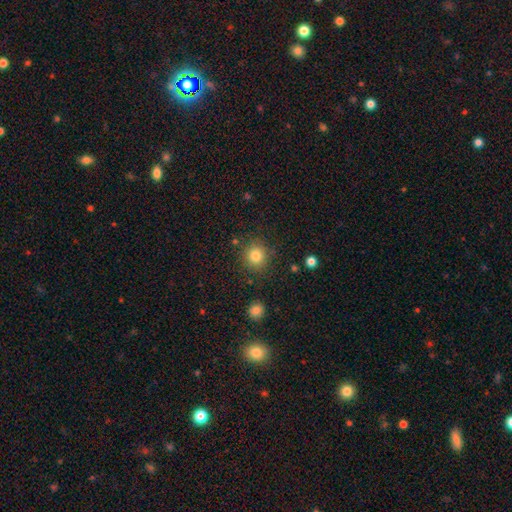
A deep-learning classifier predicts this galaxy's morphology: This is clearly a smooth galaxy (83%). How rounded: clearly round (89%). Merging: clearly none (86%).